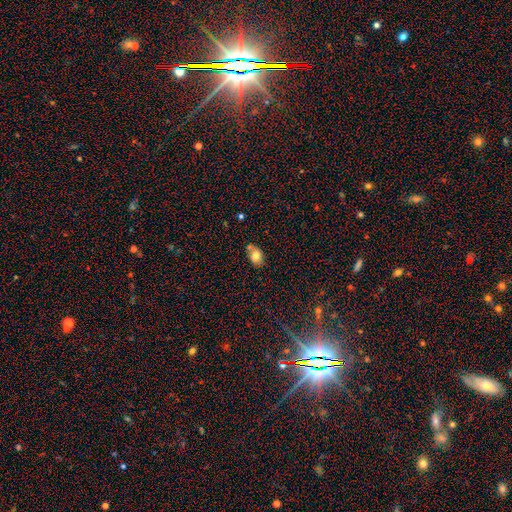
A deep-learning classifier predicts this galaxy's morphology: The model was most divided on "merging": none: 61%, minor disturbance: 21%, merger: 14%, major disturbance: 4%. More confident: smooth or featured — smooth (78%); how rounded — in between (77%).